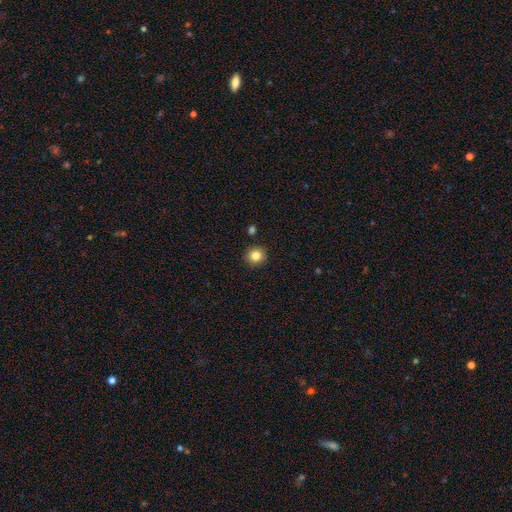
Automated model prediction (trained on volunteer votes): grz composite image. It shows a smooth galaxy with no disk features (83%) that is round (91%). Merging: none (90%).